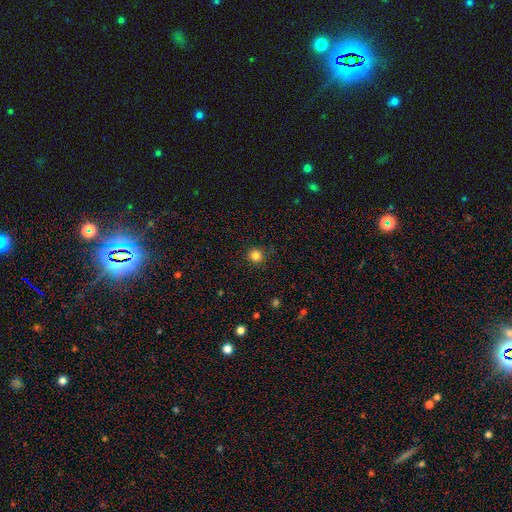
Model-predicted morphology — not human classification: type=smooth (83%); roundness=round (92%); merging=none (89%).